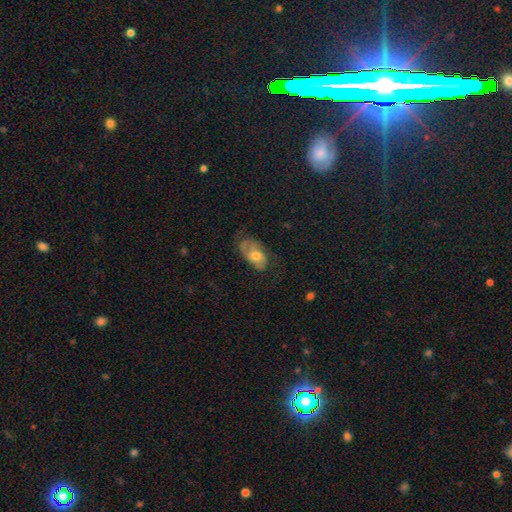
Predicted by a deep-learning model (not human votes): This appears to be a smooth galaxy with no disk features (59%) that is in between round and cigar-shaped (90%). Merging: none (45%).